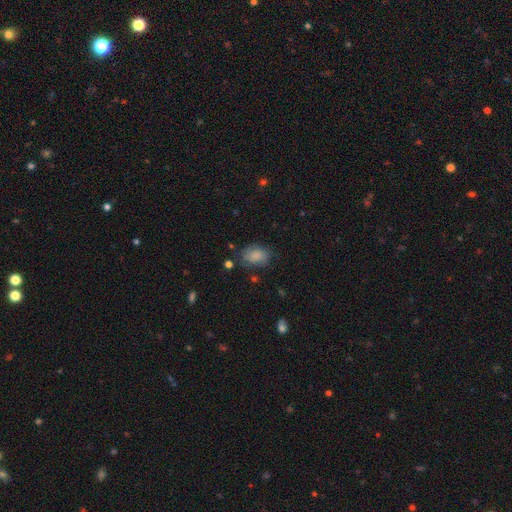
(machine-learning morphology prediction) Smooth or featured?
  - smooth: 82% *
  - featured or disk: 10%
  - star or artifact: 9%
How rounded?
  - in between: 78% *
  - round: 20%
  - cigar-shaped: 1%
Merging?
  - none: 65% *
  - minor disturbance: 24%
  - major disturbance: 9%
  - merger: 3%